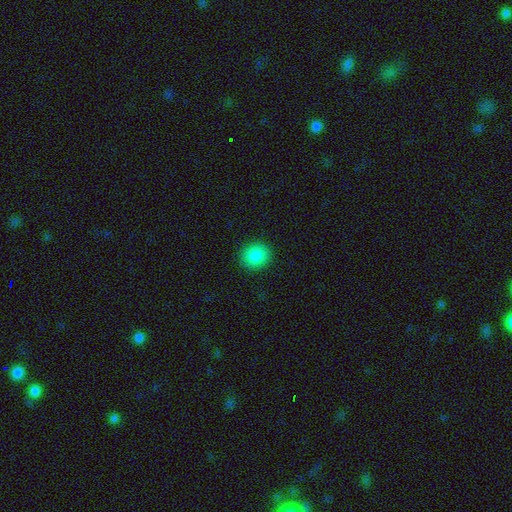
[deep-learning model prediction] This is clearly a smooth galaxy (86%). How rounded: likely round (77%). Merging: clearly none (91%).